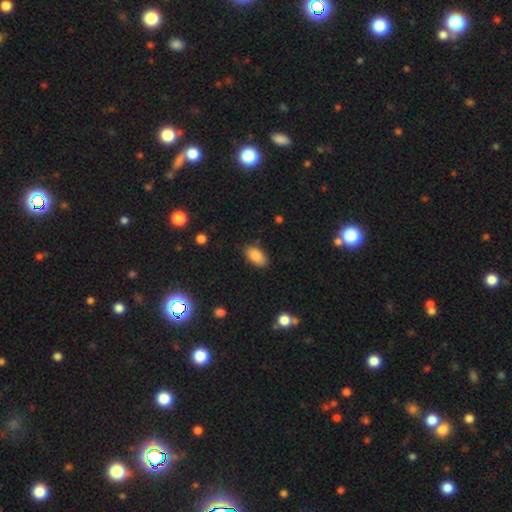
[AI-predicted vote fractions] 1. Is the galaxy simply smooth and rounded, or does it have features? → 86% smooth, 8% star or artifact, 6% featured or disk.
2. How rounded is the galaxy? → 93% in between, 4% round, 3% cigar-shaped.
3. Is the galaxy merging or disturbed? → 84% none, 12% minor disturbance, 3% major disturbance, 2% merger.